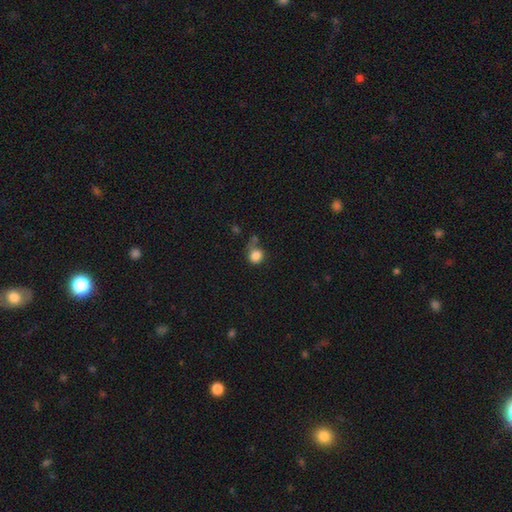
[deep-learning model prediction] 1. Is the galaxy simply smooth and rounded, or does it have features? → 84% smooth, 10% star or artifact, 5% featured or disk.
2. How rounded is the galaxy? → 82% round, 17% in between, 1% cigar-shaped.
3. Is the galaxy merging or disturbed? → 55% none, 22% minor disturbance, 13% merger, 10% major disturbance.